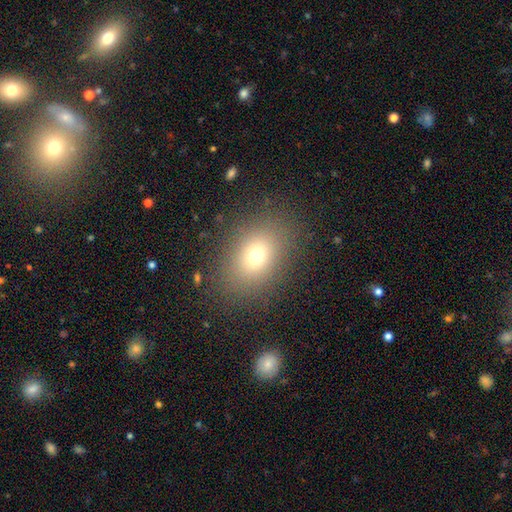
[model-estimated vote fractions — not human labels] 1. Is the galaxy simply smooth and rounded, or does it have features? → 71% smooth, 17% star or artifact, 13% featured or disk.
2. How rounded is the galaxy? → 64% in between, 34% round, 1% cigar-shaped.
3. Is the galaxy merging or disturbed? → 84% none, 9% minor disturbance, 5% major disturbance, 1% merger.